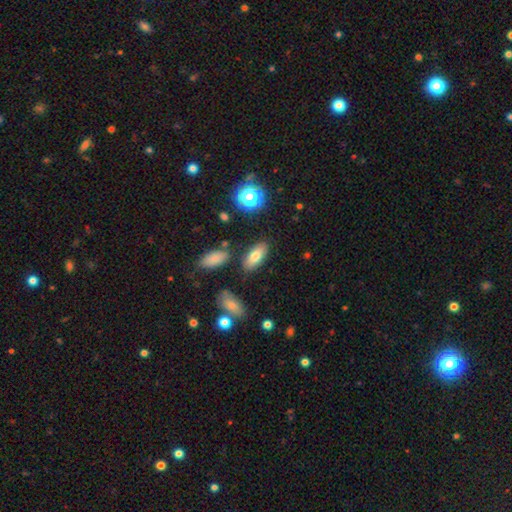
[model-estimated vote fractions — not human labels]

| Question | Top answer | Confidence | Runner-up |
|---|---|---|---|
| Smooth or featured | smooth | 77% | featured or disk (14%) |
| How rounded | in between | 87% | cigar-shaped (9%) |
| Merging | none | 82% | minor disturbance (11%) |